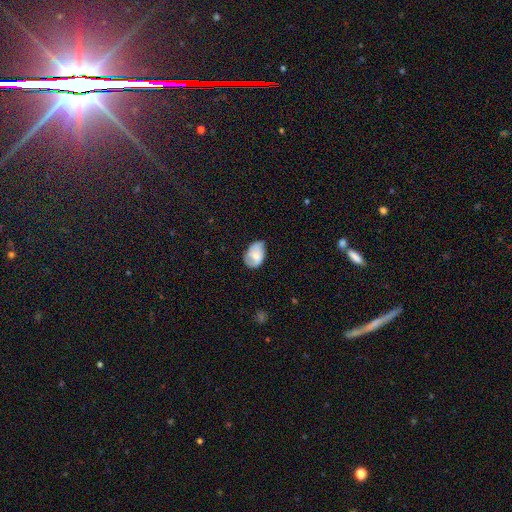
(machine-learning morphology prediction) This is likely a smooth galaxy (64%). How rounded: clearly in between (84%). Merging: possibly none (50%).